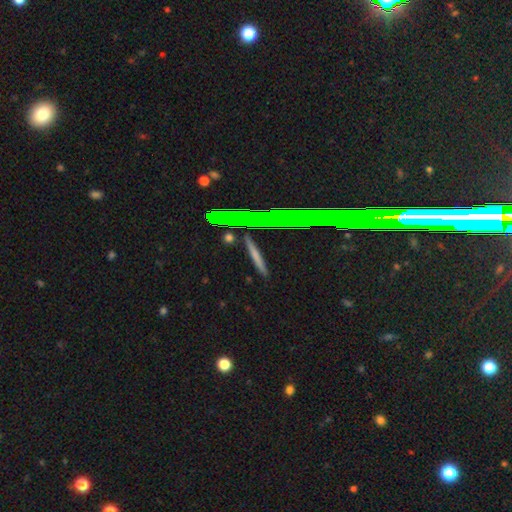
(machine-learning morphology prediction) Smooth or featured? Predicted: smooth (p=0.44). Merging? Predicted: none (p=0.88).